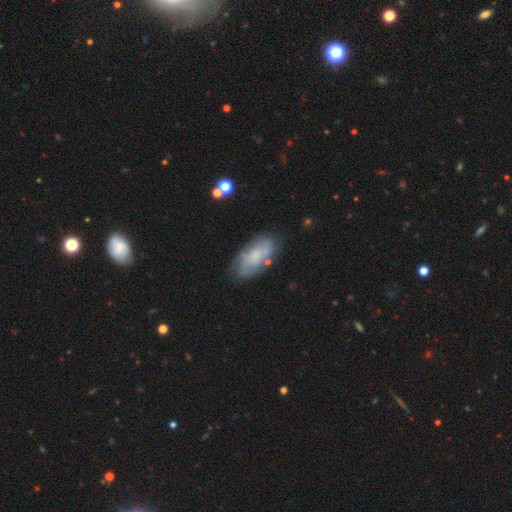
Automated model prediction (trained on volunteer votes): A smooth galaxy with no disk features (51%) that is in between round and cigar-shaped (90%). Merging: none (68%).